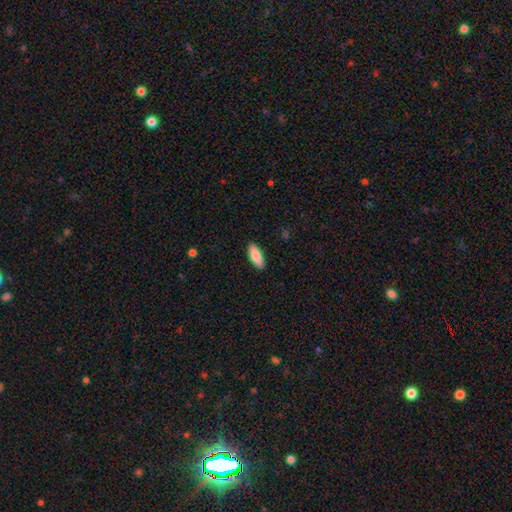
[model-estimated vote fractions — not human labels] Smooth or featured? smooth (87%)
How rounded? in between (79%)
Merging? none (89%)